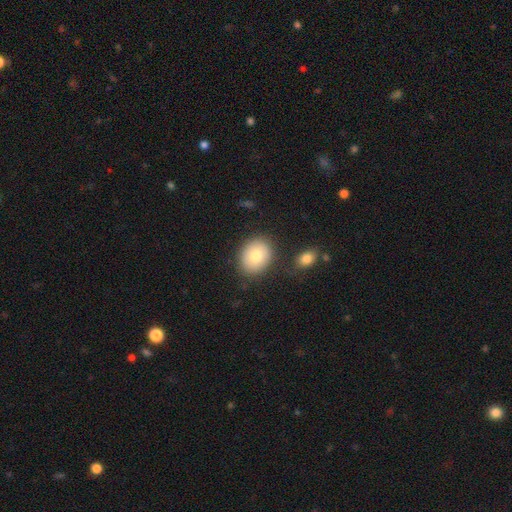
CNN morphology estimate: Smooth or featured? smooth (77%)
How rounded? round (53%)
Merging? none (80%)